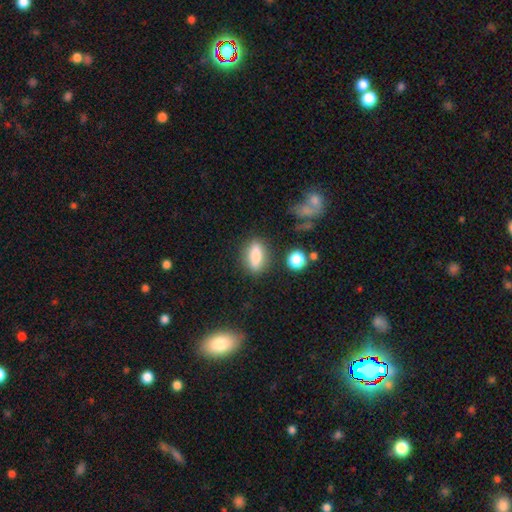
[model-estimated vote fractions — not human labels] A smooth galaxy with no disk features (78%) that is in between round and cigar-shaped (63%).

Vote fractions:
- Smooth or featured? smooth: 78% / featured or disk: 14% / star or artifact: 8%
- How rounded? in between: 63% / cigar-shaped: 31% / round: 6%
- Merging? none: 82% / minor disturbance: 11% / major disturbance: 4% / merger: 3%